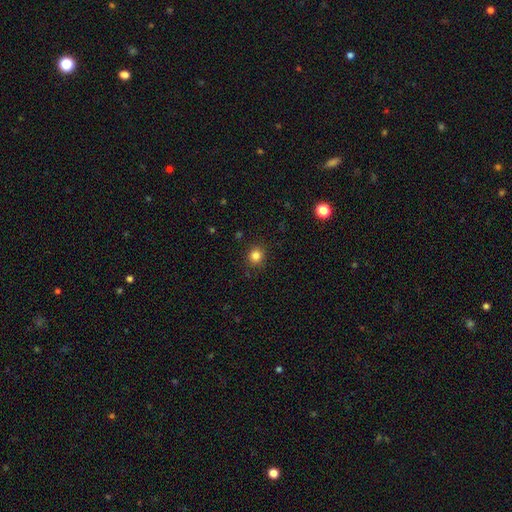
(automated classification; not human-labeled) A smooth galaxy with no disk features (83%) that is round (88%). Merging: none (89%).